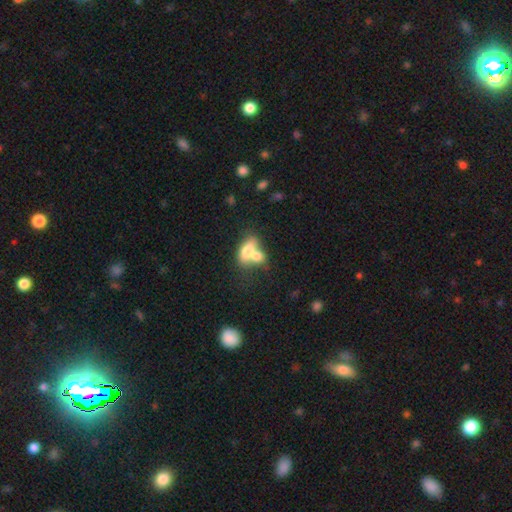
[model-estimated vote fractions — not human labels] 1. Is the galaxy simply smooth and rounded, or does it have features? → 70% smooth, 22% featured or disk, 7% star or artifact.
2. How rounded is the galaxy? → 79% in between, 13% round, 8% cigar-shaped.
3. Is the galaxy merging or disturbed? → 70% merger, 19% none, 7% minor disturbance, 5% major disturbance.